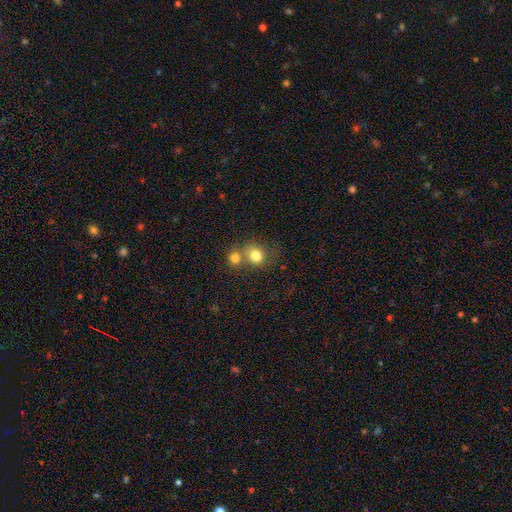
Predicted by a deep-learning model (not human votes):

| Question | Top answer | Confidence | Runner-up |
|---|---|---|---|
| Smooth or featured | smooth | 79% | star or artifact (11%) |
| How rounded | round | 76% | in between (23%) |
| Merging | merger | 46% | none (41%) |